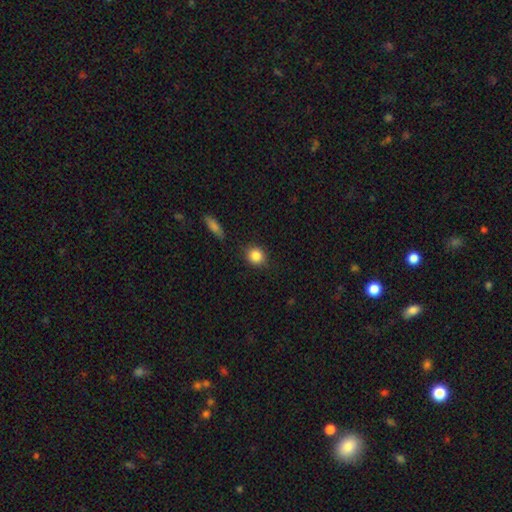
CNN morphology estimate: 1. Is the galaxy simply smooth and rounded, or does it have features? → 86% smooth, 9% star or artifact, 5% featured or disk.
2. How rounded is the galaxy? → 75% round, 24% in between, 2% cigar-shaped.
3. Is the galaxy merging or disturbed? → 84% none, 11% minor disturbance, 3% major disturbance, 2% merger.